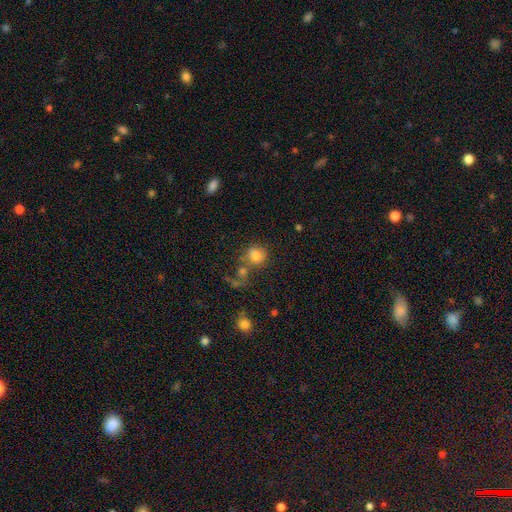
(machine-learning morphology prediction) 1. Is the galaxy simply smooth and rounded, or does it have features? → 80% smooth, 12% star or artifact, 9% featured or disk.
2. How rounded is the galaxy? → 79% round, 20% in between, 1% cigar-shaped.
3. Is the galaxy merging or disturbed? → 57% none, 22% merger, 14% minor disturbance, 7% major disturbance.